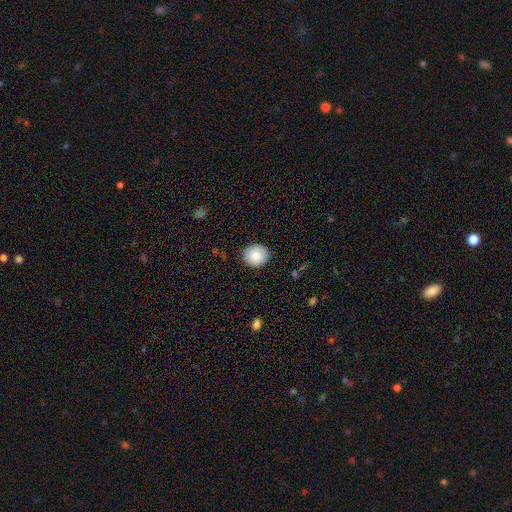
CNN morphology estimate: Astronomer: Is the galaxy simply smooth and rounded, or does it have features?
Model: smooth — 83%.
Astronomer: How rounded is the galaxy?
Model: round — 79%.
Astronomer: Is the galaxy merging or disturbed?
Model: none — 88%.